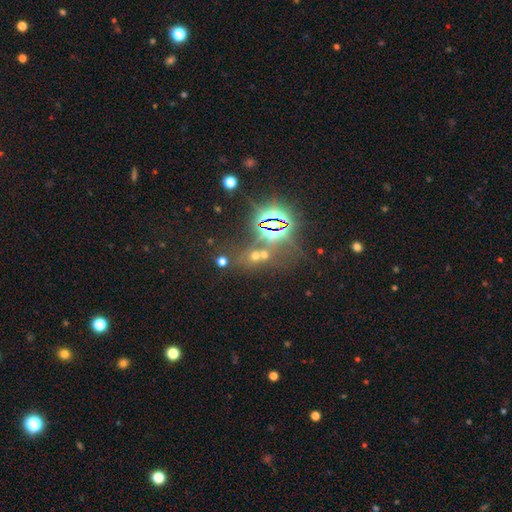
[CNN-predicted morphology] A star or artifact, not a galaxy (53%).

Vote fractions:
- Smooth or featured? star or artifact: 53% / smooth: 35% / featured or disk: 12%